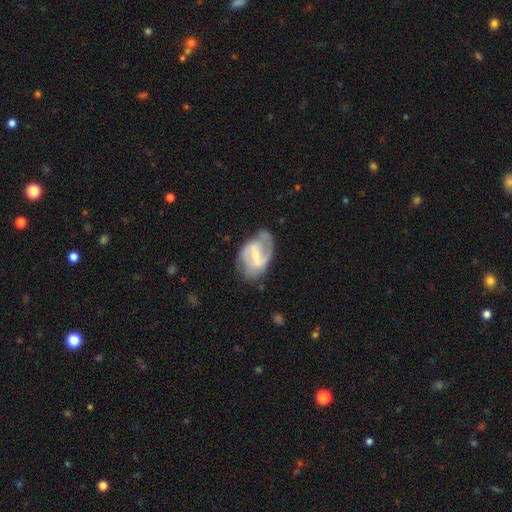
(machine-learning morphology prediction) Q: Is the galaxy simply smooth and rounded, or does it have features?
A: featured or disk — 79%.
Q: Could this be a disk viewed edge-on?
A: no — 97%.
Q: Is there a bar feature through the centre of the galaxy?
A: weak — 48%.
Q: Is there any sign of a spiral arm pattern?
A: yes — 89%.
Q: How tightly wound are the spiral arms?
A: medium — 49%.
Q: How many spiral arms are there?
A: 2 — 76%.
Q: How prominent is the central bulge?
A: small — 58%.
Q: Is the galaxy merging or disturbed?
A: none — 60%.